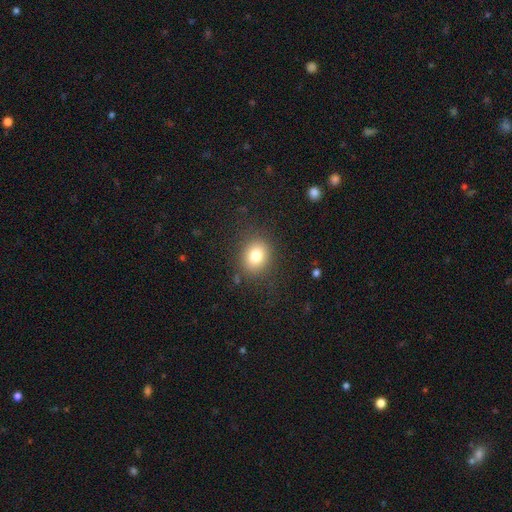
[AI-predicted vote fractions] Morphology: type=smooth (79%); roundness=round (62%); merging=none (85%).